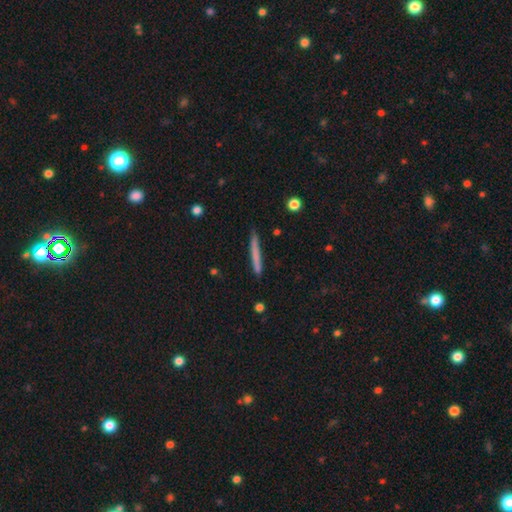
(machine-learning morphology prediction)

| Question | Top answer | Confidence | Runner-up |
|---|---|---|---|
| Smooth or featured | smooth | 67% | featured or disk (27%) |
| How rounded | cigar-shaped | 97% | in between (2%) |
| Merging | none | 86% | minor disturbance (10%) |